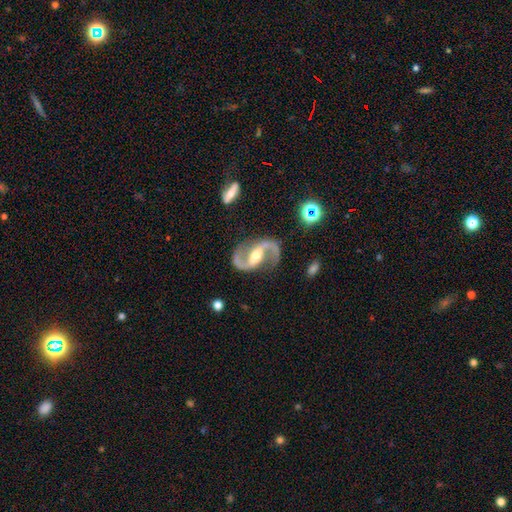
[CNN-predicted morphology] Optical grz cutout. It shows a featured or disk galaxy (93%) with a strong bar (45%), 2 (95%) medium (47%) spiral arms (98%) and a moderate central bulge (61%). Merging: none (82%).